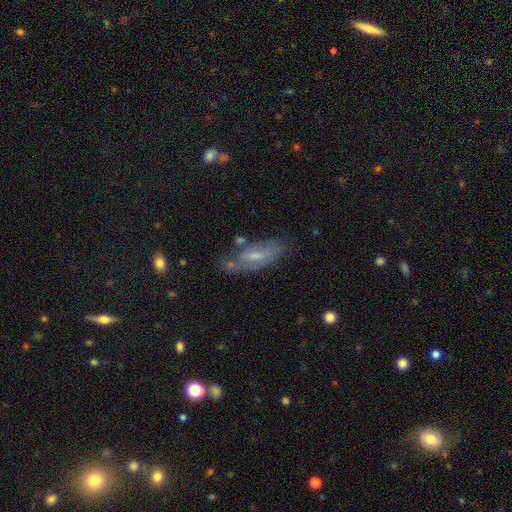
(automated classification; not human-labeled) A featured or disk galaxy (47%).

Vote fractions:
- Smooth or featured? featured or disk: 47% / smooth: 44% / star or artifact: 9%
- Merging? none: 54% / minor disturbance: 26% / major disturbance: 12% / merger: 8%